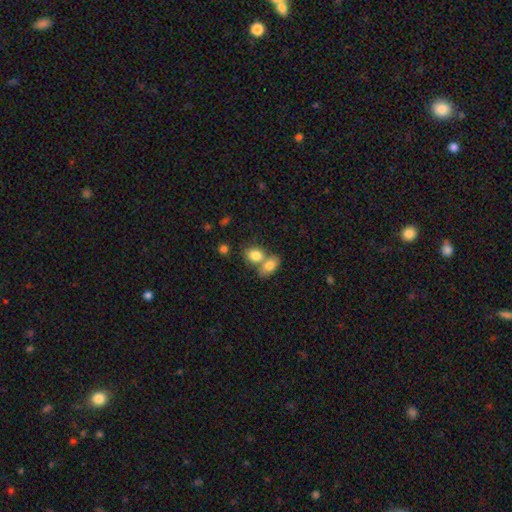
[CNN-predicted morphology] This is clearly a smooth galaxy (83%). How rounded: likely in between (71%). Merging: possibly merger (55%).